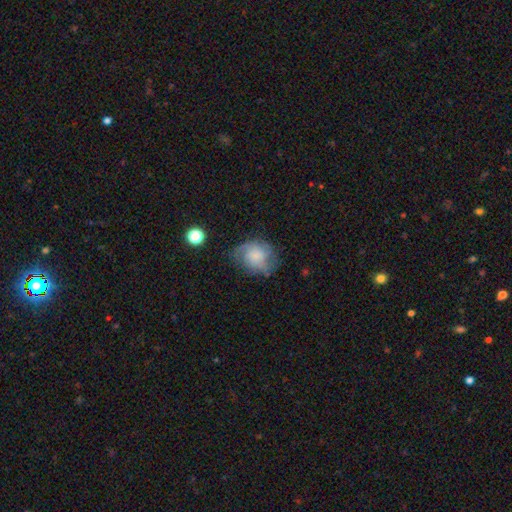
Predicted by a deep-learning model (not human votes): Morphology: type=featured or disk (48%); merging=none (59%).